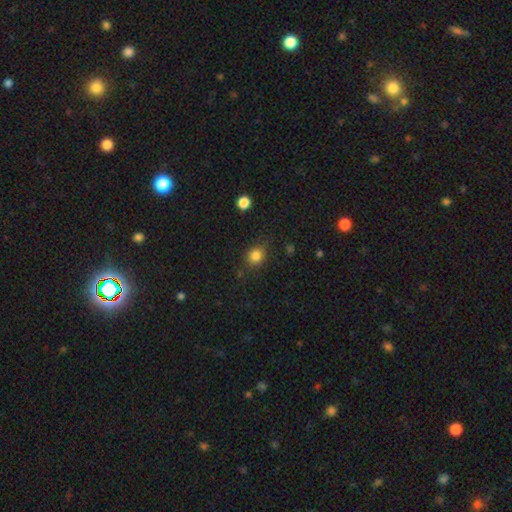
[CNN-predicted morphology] smooth-or-featured: smooth: 83% | star or artifact: 12% | featured or disk: 5%
  how-rounded: round: 73% | in between: 26% | cigar-shaped: 1%
  merging: none: 80% | minor disturbance: 14% | major disturbance: 4% | merger: 2%